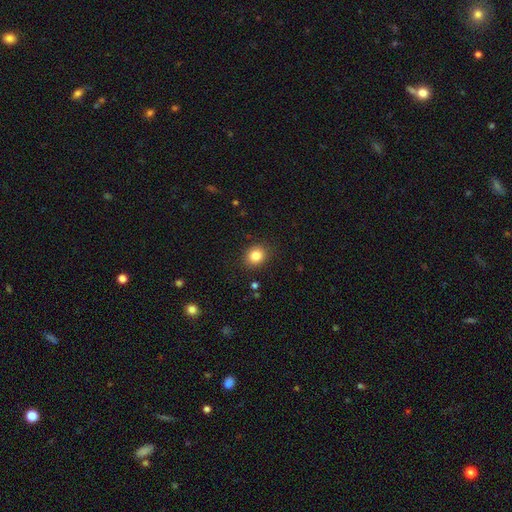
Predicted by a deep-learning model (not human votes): Smooth or featured: smooth — 84% (star or artifact — 10%)
How rounded: round — 69% (in between — 30%)
Merging: none — 89% (minor disturbance — 8%)